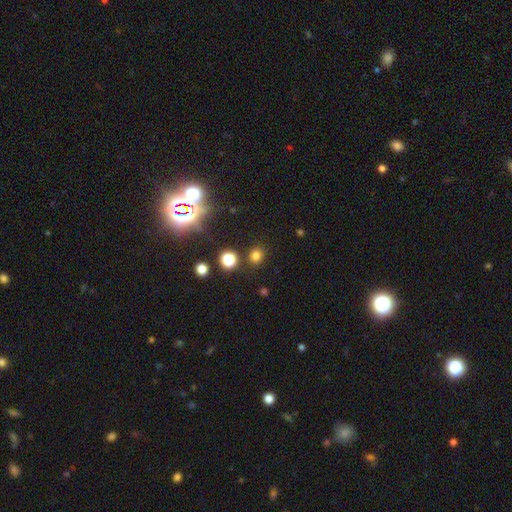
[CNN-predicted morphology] This appears to be a smooth galaxy with no disk features (74%) that is round (81%). Merging: none (86%).